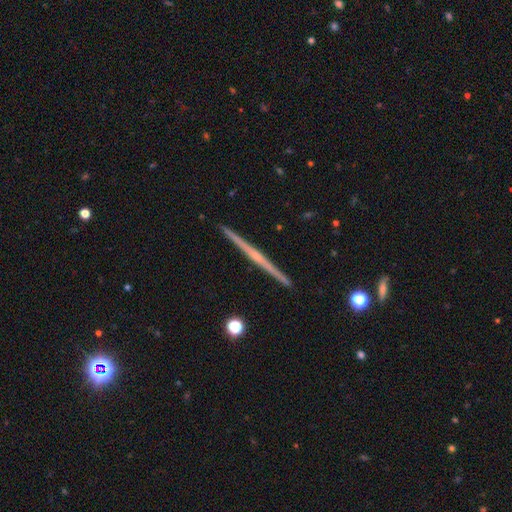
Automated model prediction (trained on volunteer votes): Smooth or featured?
  - featured or disk: 78% *
  - smooth: 17%
  - star or artifact: 6%
Edge-on disk?
  - yes: 99% *
  - no: 1%
Edge-on bulge?
  - none: 47% *
  - rounded: 45%
  - boxy: 8%
Merging?
  - none: 93% *
  - minor disturbance: 5%
  - merger: 1%
  - major disturbance: 1%